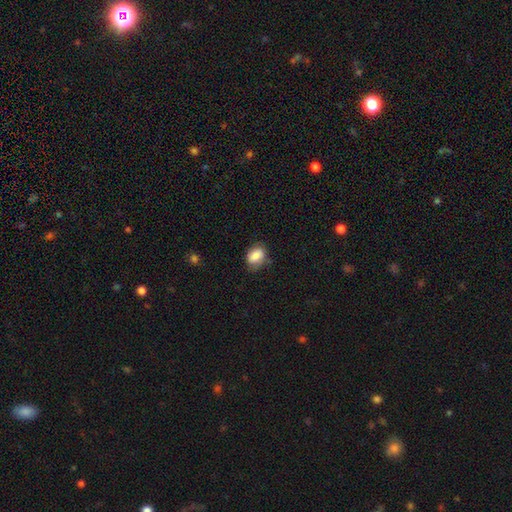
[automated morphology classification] Smooth or featured: smooth — 83% (featured or disk — 9%)
How rounded: in between — 81% (round — 18%)
Merging: none — 63% (minor disturbance — 28%)